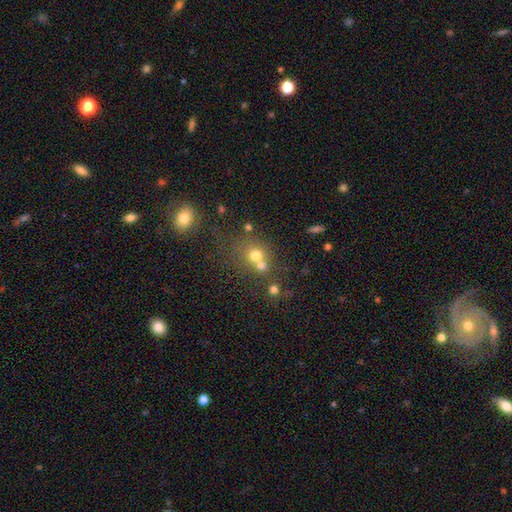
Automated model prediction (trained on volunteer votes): Morphology: type=smooth (67%); roundness=round (78%); merging=merger (45%).